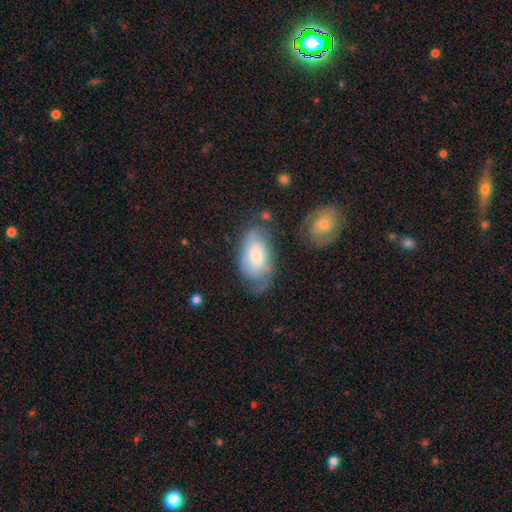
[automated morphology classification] The model was most divided on "smooth or featured": featured or disk: 53%, smooth: 39%, star or artifact: 7%. More confident: edge-on disk — no (94%); merging — none (54%).